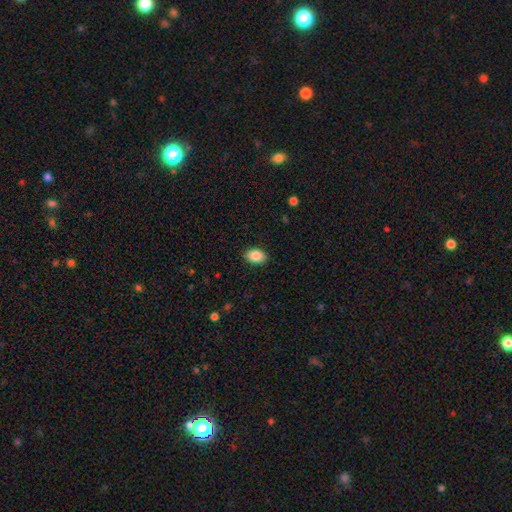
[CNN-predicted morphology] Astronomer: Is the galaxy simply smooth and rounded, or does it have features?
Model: smooth — 88%.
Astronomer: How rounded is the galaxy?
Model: in between — 84%.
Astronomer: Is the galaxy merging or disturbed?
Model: none — 88%.